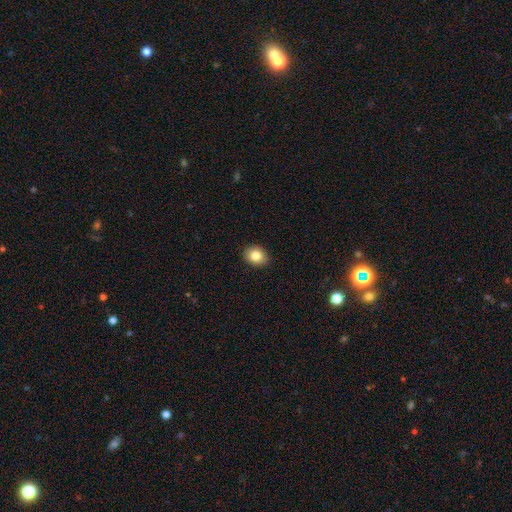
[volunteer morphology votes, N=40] Volunteers were most divided on "how rounded": in between: 53%, round: 47%, cigar-shaped: 0%. More confident: merging — none (97%); smooth or featured — smooth (85%).